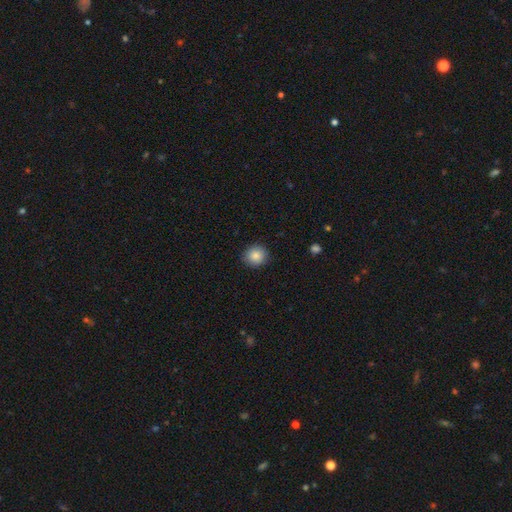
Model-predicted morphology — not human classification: The model was most divided on "how rounded": round: 82%, in between: 17%, cigar-shaped: 1%. More confident: merging — none (89%); smooth or featured — smooth (86%).